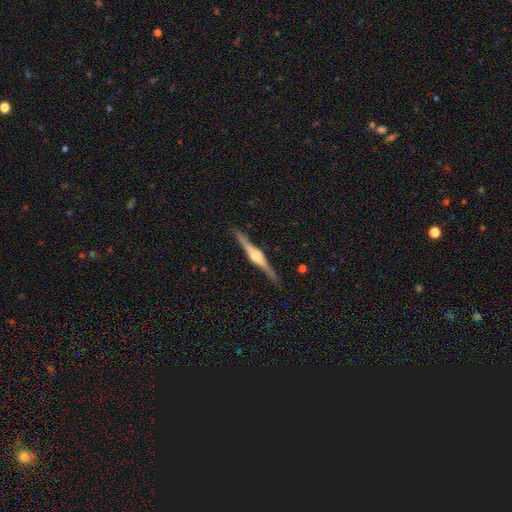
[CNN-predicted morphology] Smooth or featured? Predicted: featured or disk (p=0.84). Edge-on disk? Predicted: yes (p=0.98). Edge-on bulge? Predicted: rounded (p=0.79). Merging? Predicted: none (p=0.90).